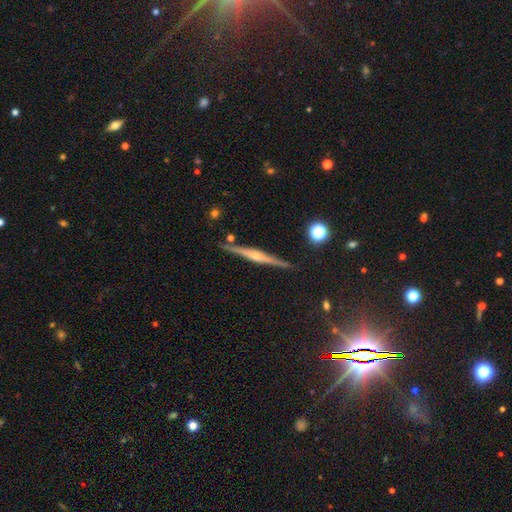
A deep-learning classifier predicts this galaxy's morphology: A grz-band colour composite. It shows a featured or disk galaxy (80%) viewed edge-on (98%) with a rounded central bulge (79%). Merging: none (89%).